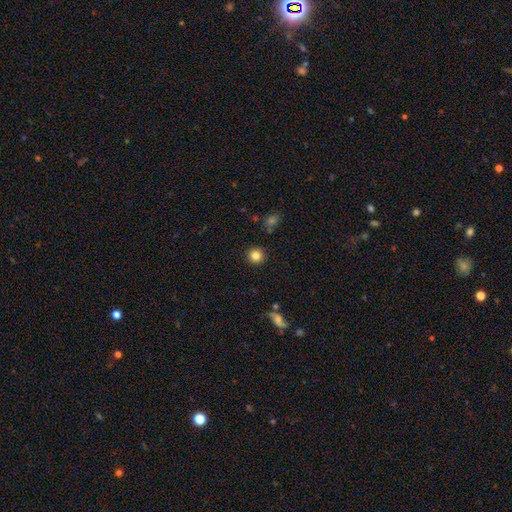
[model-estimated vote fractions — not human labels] Morphology: type=smooth (84%); roundness=round (94%); merging=none (91%).